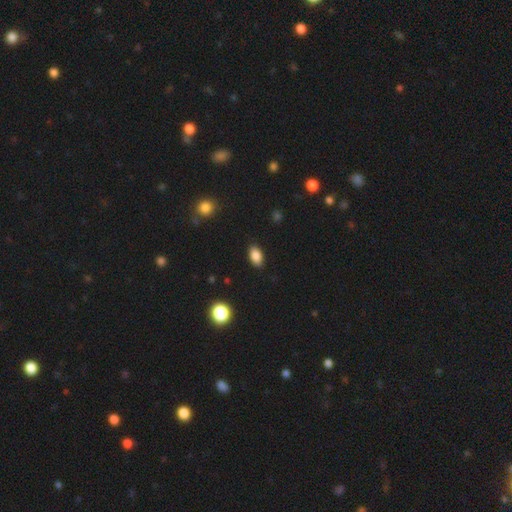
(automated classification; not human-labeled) Smooth or featured?
  - smooth: 86% *
  - star or artifact: 9%
  - featured or disk: 5%
How rounded?
  - in between: 90% *
  - round: 7%
  - cigar-shaped: 3%
Merging?
  - none: 88% *
  - minor disturbance: 9%
  - major disturbance: 2%
  - merger: 1%